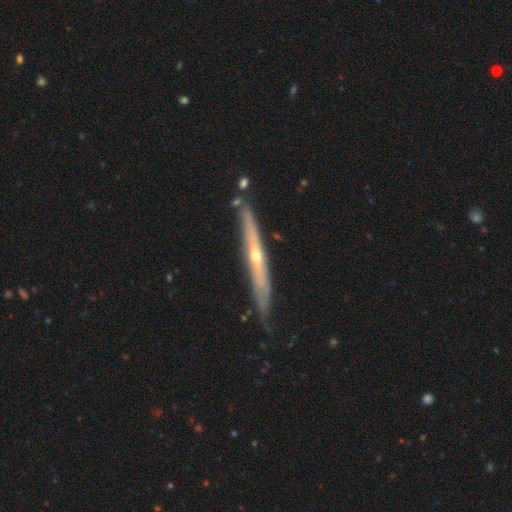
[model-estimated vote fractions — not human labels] Q: Smooth or featured?
A: featured or disk (75%); runner-up: smooth (19%)
Q: Edge-on disk?
A: yes (89%); runner-up: no (11%)
Q: Edge-on bulge?
A: rounded (71%); runner-up: none (27%)
Q: Merging?
A: none (78%); runner-up: minor disturbance (17%)